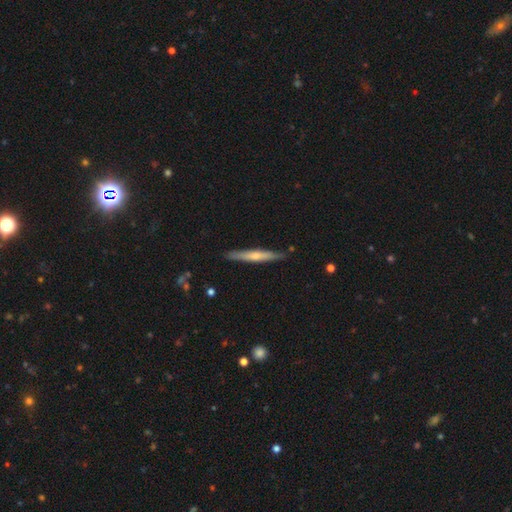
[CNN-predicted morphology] A smooth galaxy with no disk features (49%). Merging: none (88%).